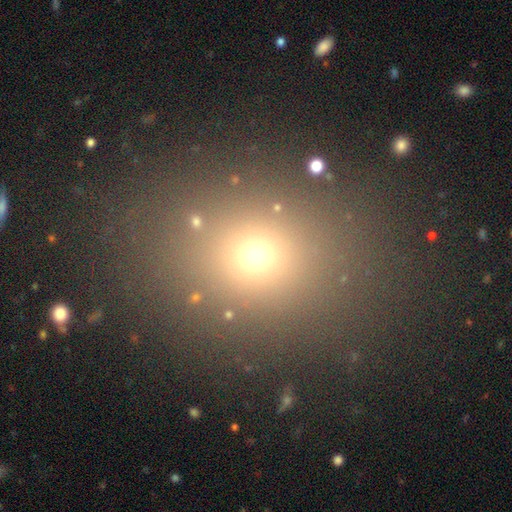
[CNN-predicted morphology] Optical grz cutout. It shows a smooth galaxy with no disk features (66%) that is round (52%). Merging: none (83%).